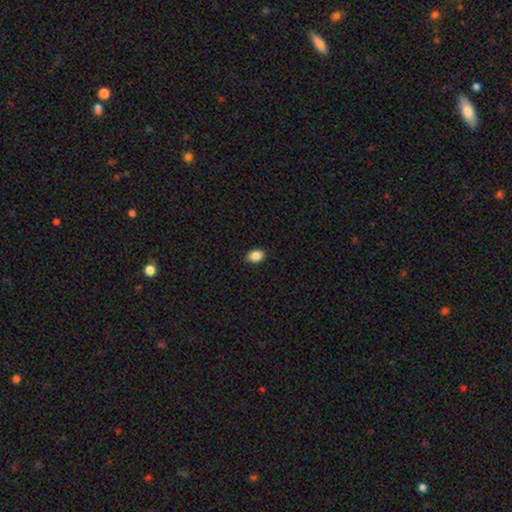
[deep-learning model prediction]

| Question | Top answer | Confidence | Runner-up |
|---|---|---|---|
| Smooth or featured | smooth | 88% | star or artifact (8%) |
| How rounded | in between | 83% | round (16%) |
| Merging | none | 89% | minor disturbance (8%) |